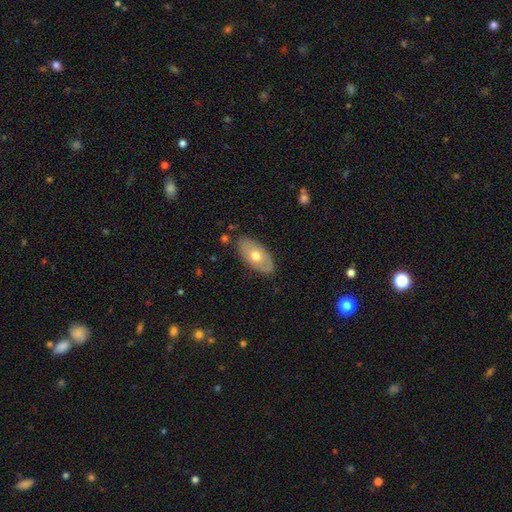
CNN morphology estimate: type=smooth (59%); roundness=in between (92%); merging=none (84%).